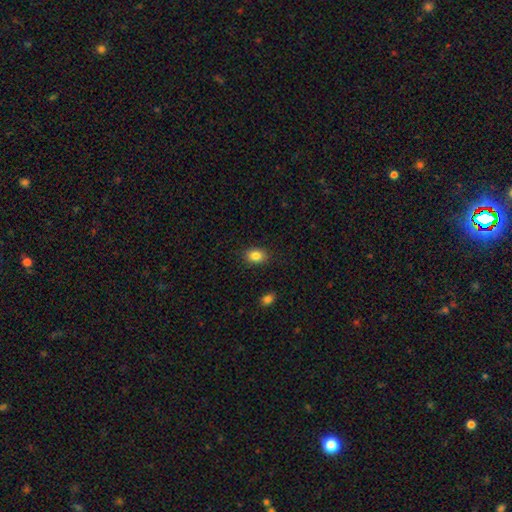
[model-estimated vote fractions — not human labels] Overall: smooth (85%). How rounded: in between (68%; round 31%). Merging: none (88%).